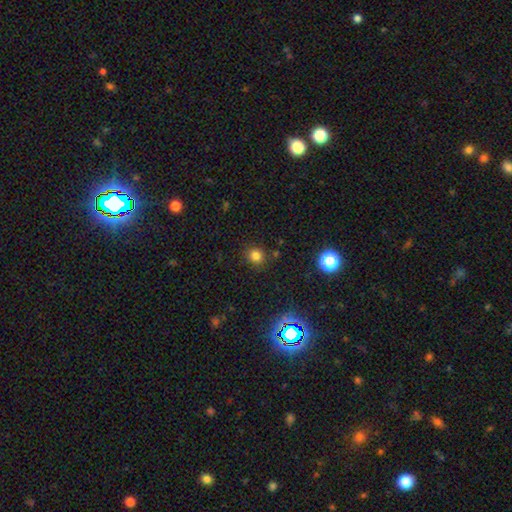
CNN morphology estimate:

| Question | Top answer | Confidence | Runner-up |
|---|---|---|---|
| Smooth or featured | smooth | 79% | star or artifact (16%) |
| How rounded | round | 85% | in between (14%) |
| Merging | none | 86% | minor disturbance (8%) |